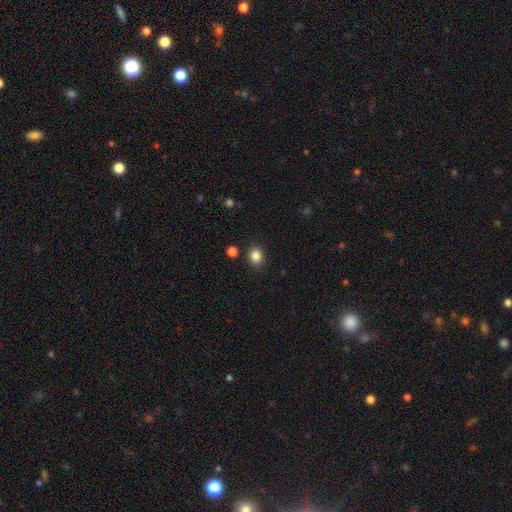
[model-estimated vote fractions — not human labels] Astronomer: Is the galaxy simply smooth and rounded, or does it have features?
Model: smooth — 85%.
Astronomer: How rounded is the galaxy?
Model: round — 55% (runner-up: in between, 44%).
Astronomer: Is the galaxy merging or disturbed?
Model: none — 85%.